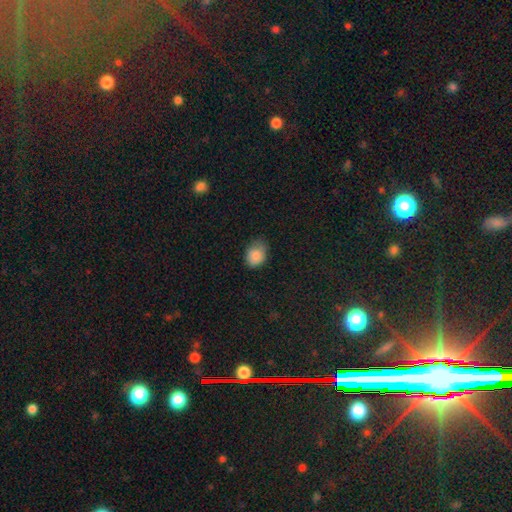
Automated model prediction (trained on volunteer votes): This is clearly a smooth galaxy (86%). How rounded: likely in between (66%). Merging: likely none (60%).